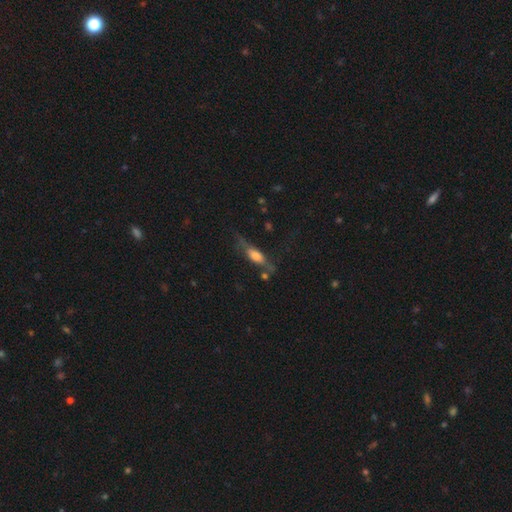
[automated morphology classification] Smooth or featured? Predicted: smooth (p=0.51). How rounded? Predicted: cigar-shaped (p=0.51). Merging? Predicted: none (p=0.56).